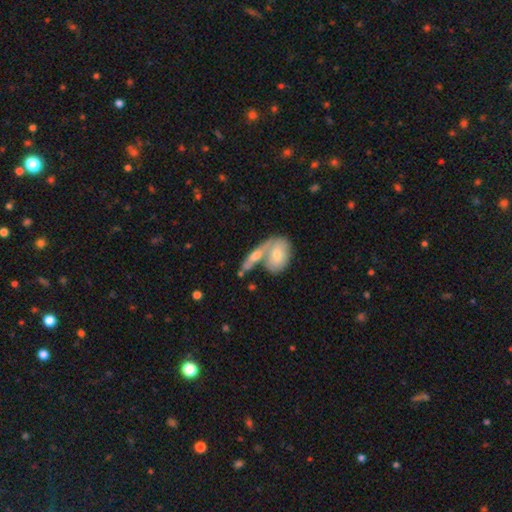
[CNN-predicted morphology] Smooth or featured: smooth — 56% (featured or disk — 37%)
How rounded: in between — 56% (cigar-shaped — 32%)
Merging: merger — 54% (none — 32%)